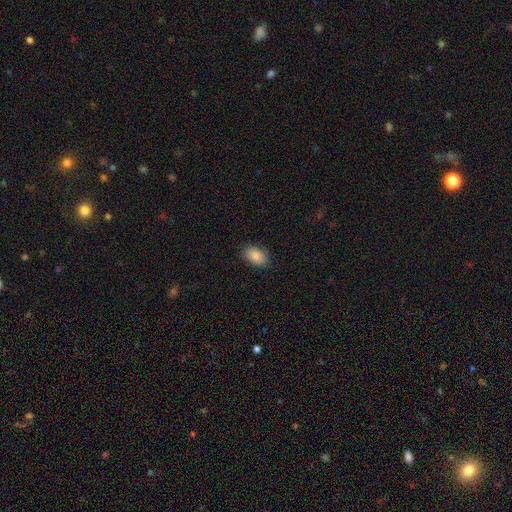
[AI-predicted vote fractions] smooth 86%, star or artifact 7%, featured or disk 7%. Down the decision tree: how rounded — in between (88%); merging — none (84%).